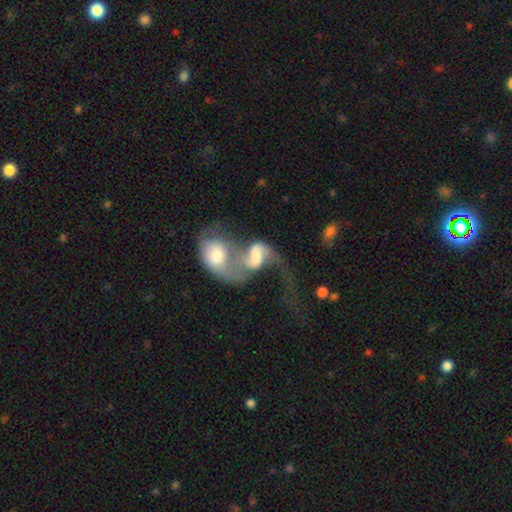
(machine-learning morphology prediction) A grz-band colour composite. It shows a featured or disk galaxy (66%) with a weak bar (41%), 2 (68%) loose (72%) spiral arms (83%) and a moderate central bulge (40%). Merging: merger (76%).